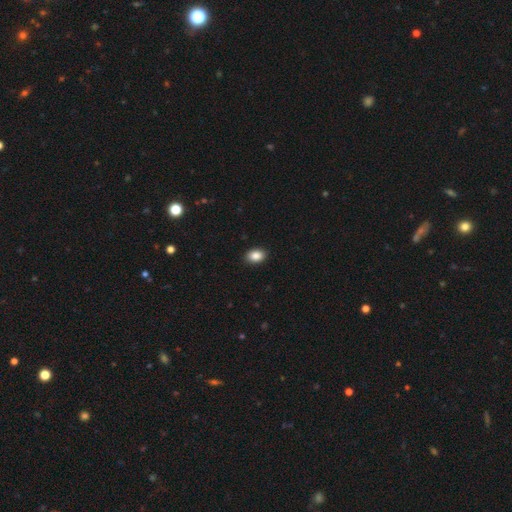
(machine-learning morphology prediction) This appears to be a smooth galaxy with no disk features (87%) that is in between round and cigar-shaped (79%). Merging: none (90%).